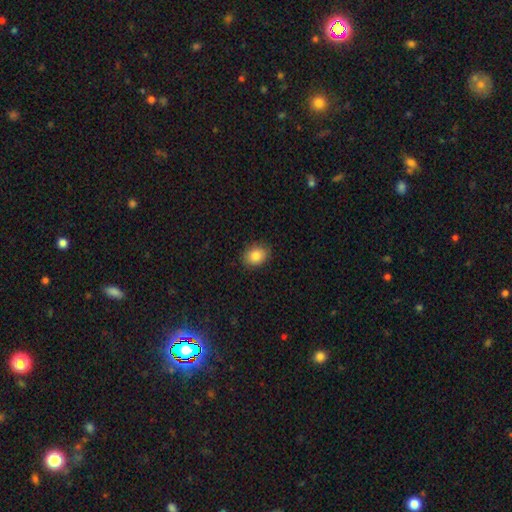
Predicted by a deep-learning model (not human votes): smooth 85%, star or artifact 9%, featured or disk 6%. Down the decision tree: how rounded — in between (56%); merging — none (88%).